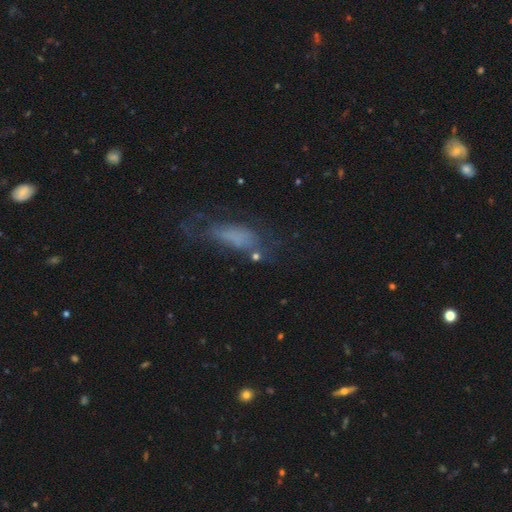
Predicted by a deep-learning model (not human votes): Smooth or featured? Predicted: smooth (p=0.55). How rounded? Predicted: in between (p=0.66). Merging? Predicted: none (p=0.41).